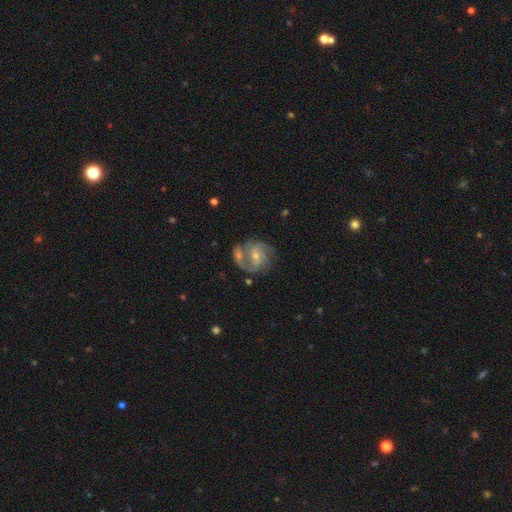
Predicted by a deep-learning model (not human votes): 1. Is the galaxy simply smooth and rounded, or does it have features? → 85% featured or disk, 9% smooth, 7% star or artifact.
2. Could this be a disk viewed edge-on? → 98% no, 2% yes.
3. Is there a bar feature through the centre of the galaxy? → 45% weak, 36% no, 19% strong.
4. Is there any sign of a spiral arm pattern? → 96% yes, 4% no.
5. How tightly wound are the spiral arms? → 53% medium, 29% tight, 18% loose.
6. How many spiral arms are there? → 60% 2, 20% 3, 10% can't tell, 4% 1, 3% 4, 3% more than 4.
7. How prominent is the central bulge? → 59% small, 37% moderate, 2% none, 1% large, 1% dominant.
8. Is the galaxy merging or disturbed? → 54% none, 22% merger, 15% minor disturbance, 8% major disturbance.